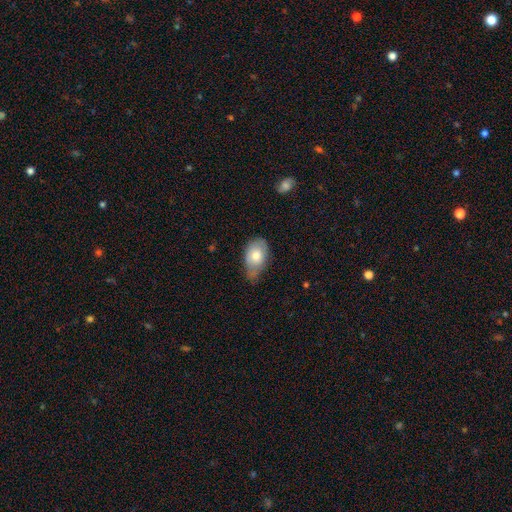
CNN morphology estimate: Overall: smooth (74%). How rounded: in between (88%). Merging: minor disturbance (46%; none 40%).